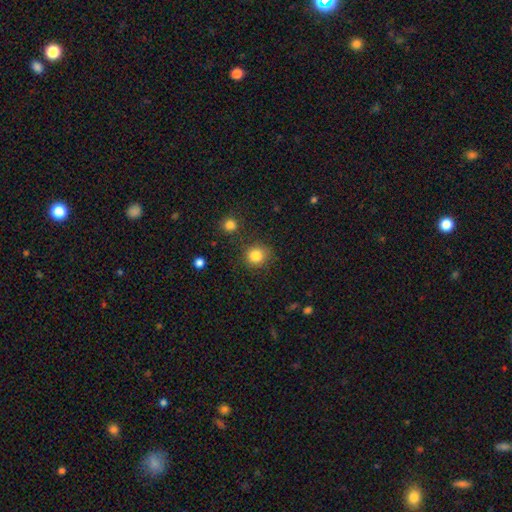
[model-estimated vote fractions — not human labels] Overall: smooth (84%). How rounded: round (88%). Merging: none (81%).